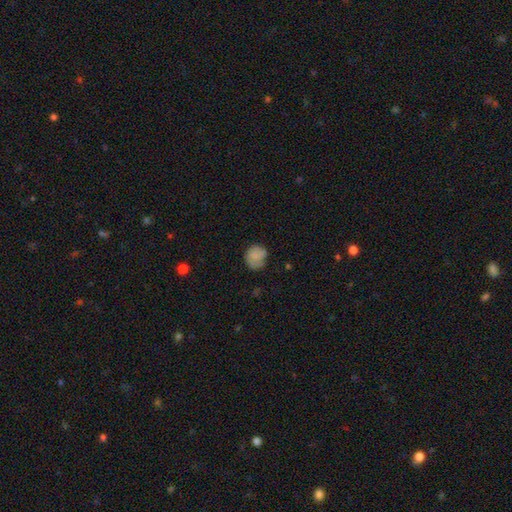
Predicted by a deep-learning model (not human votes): Smooth or featured: smooth — 78% (featured or disk — 12%)
How rounded: round — 76% (in between — 23%)
Merging: none — 61% (minor disturbance — 29%)